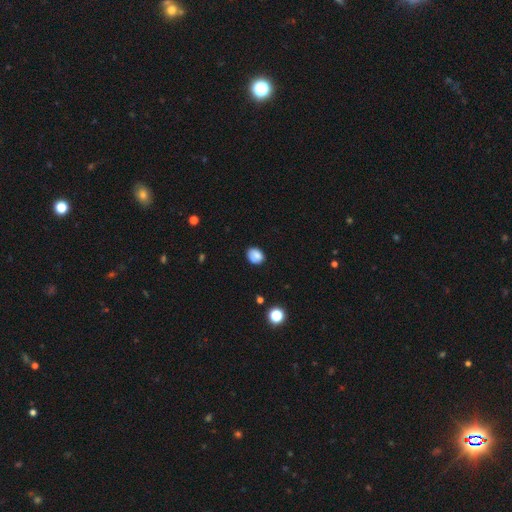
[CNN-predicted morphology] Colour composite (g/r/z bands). It shows a smooth galaxy with no disk features (83%) that is round (50%). Merging: none (78%).